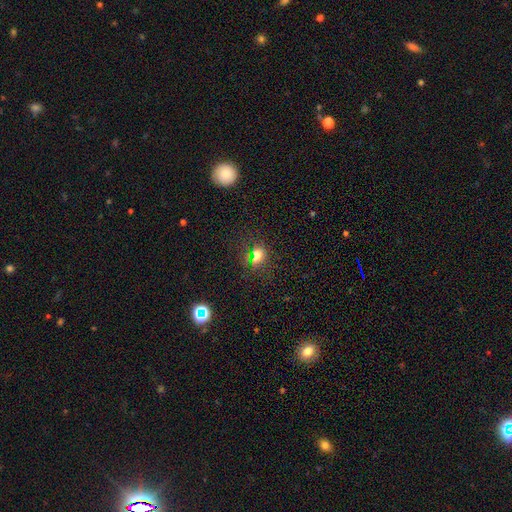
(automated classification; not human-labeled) Smooth or featured? Predicted: smooth (p=0.59). How rounded? Predicted: round (p=0.58). Merging? Predicted: none (p=0.81).